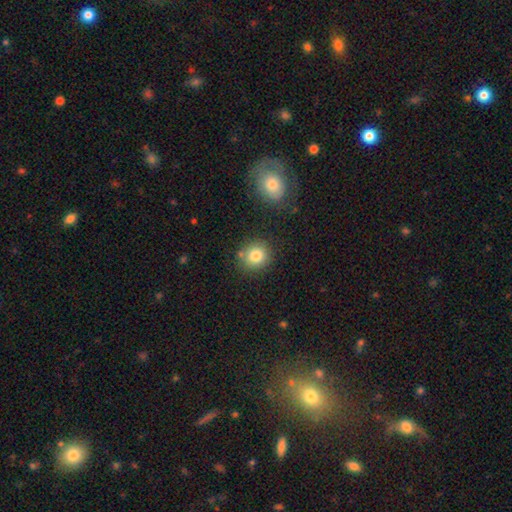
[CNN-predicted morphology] smooth 82%, star or artifact 11%, featured or disk 8%. Down the decision tree: how rounded — round (87%); merging — none (81%).